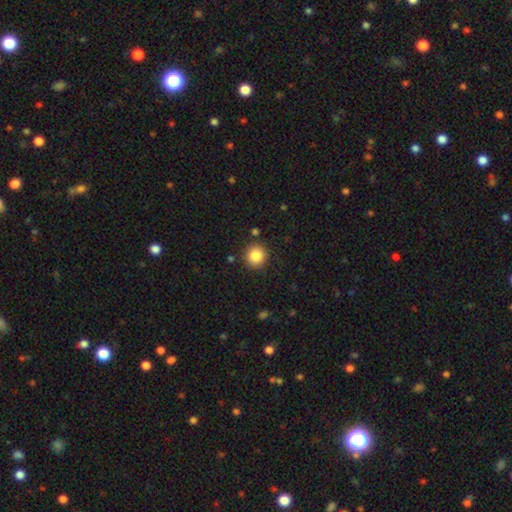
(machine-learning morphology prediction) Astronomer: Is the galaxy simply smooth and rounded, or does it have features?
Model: smooth — 85%.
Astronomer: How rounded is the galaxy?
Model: round — 92%.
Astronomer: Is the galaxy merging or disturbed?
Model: none — 89%.